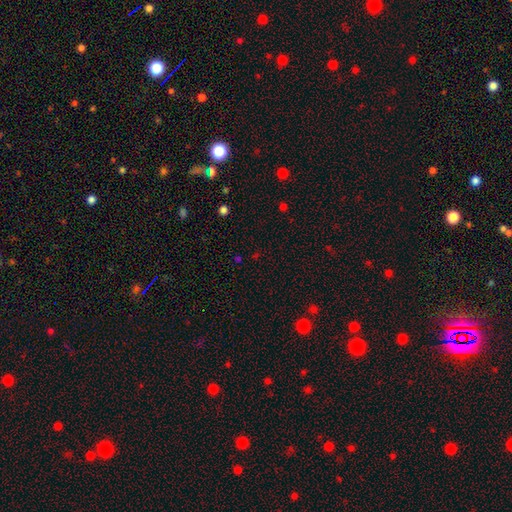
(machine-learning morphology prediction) A star or artifact, not a galaxy (57%).

Vote fractions:
- Smooth or featured? star or artifact: 57% / smooth: 36% / featured or disk: 7%